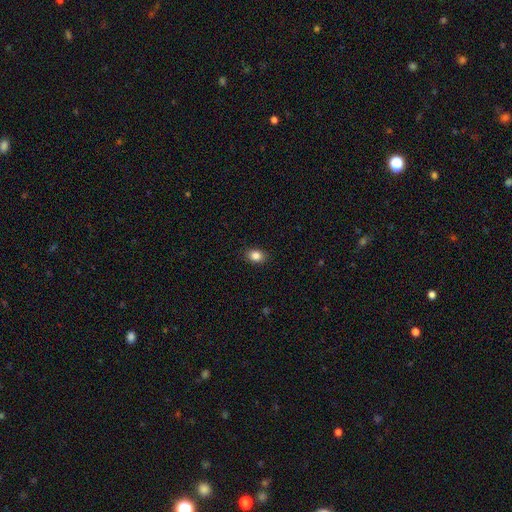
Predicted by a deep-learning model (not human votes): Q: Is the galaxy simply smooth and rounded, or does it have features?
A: smooth — 86%.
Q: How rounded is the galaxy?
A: in between — 69%.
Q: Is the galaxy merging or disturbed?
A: none — 89%.